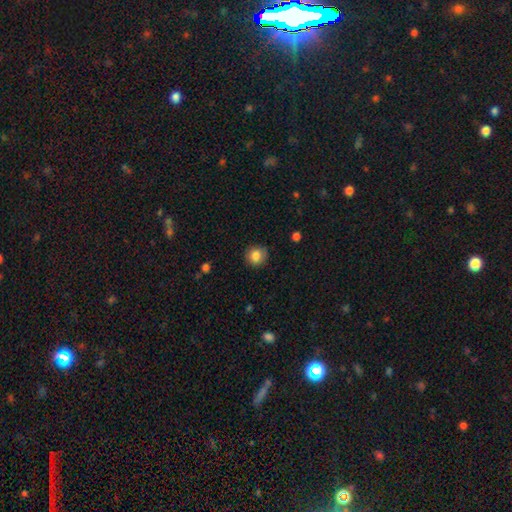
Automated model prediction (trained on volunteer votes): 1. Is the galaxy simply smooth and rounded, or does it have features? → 84% smooth, 9% star or artifact, 7% featured or disk.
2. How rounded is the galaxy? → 89% round, 10% in between, 1% cigar-shaped.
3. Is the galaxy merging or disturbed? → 87% none, 9% minor disturbance, 2% major disturbance, 1% merger.